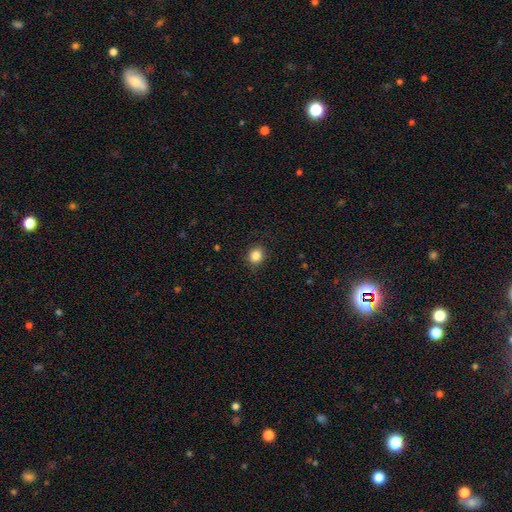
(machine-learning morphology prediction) A smooth galaxy with no disk features (85%) that is round (73%). Merging: none (89%).